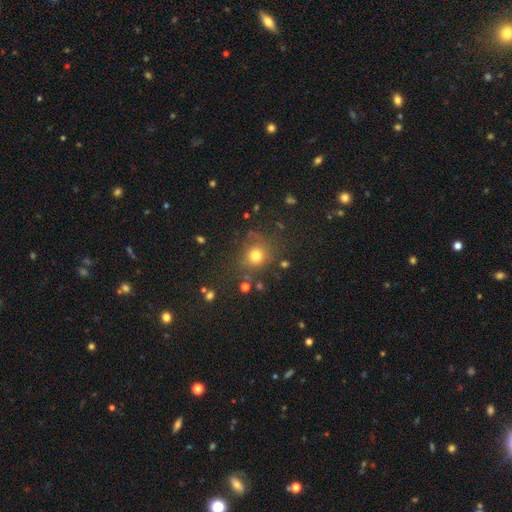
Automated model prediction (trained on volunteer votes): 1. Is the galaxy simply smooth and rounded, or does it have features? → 75% smooth, 17% star or artifact, 8% featured or disk.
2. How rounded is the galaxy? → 87% round, 12% in between, 1% cigar-shaped.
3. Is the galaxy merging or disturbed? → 76% none, 14% minor disturbance, 7% major disturbance, 4% merger.